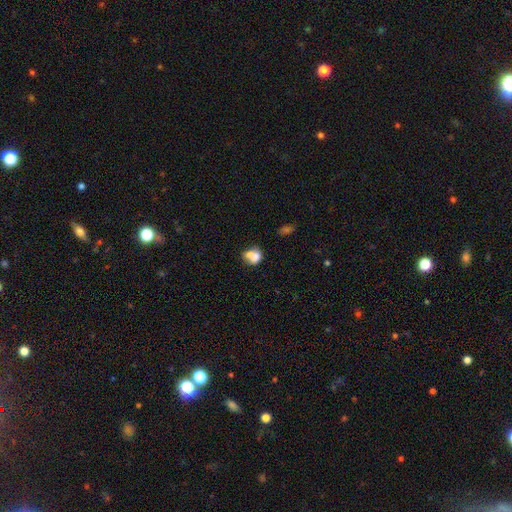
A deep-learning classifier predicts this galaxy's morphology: Smooth or featured?
  - smooth: 69% *
  - featured or disk: 21%
  - star or artifact: 10%
How rounded?
  - round: 51% *
  - in between: 47%
  - cigar-shaped: 1%
Merging?
  - merger: 47% *
  - none: 28%
  - minor disturbance: 15%
  - major disturbance: 10%